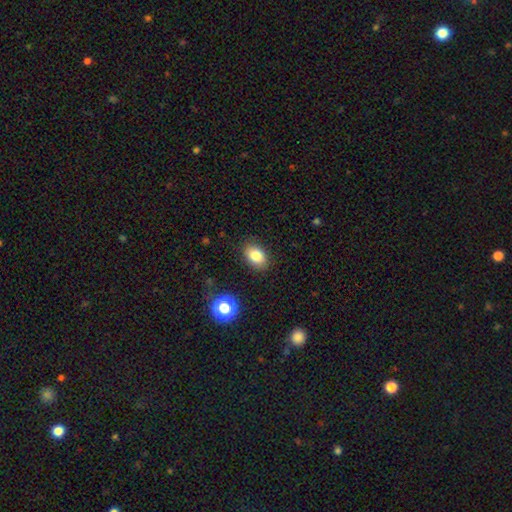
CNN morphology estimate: smooth-or-featured: smooth: 83% | star or artifact: 10% | featured or disk: 7%
  how-rounded: in between: 81% | round: 18% | cigar-shaped: 1%
  merging: none: 86% | minor disturbance: 10% | major disturbance: 3% | merger: 1%